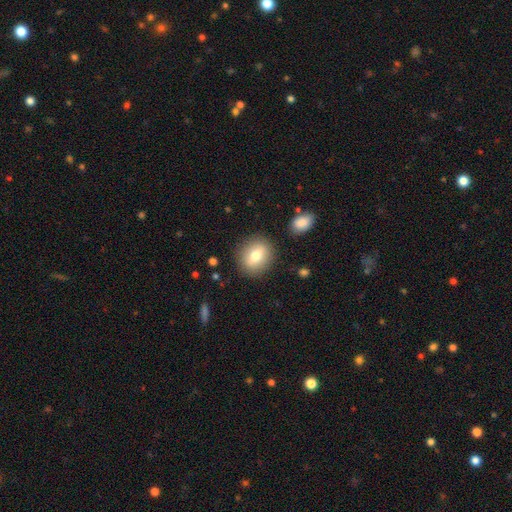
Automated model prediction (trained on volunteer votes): smooth 72%, featured or disk 20%, star or artifact 9%. Down the decision tree: how rounded — round (67%); merging — none (86%).